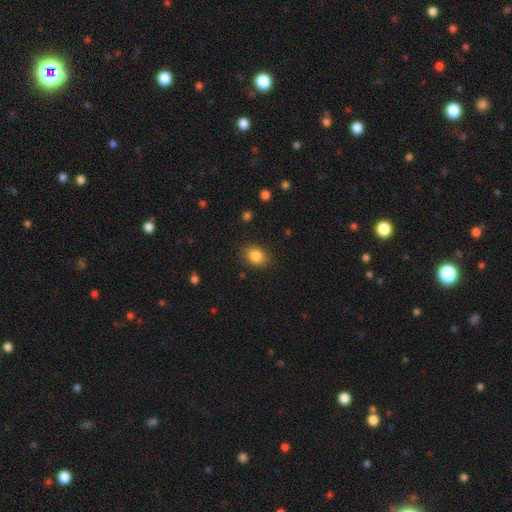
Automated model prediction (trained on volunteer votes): A smooth galaxy with no disk features (85%) that is in between round and cigar-shaped (62%).

Vote fractions:
- Smooth or featured? smooth: 85% / star or artifact: 9% / featured or disk: 6%
- How rounded? in between: 62% / round: 37% / cigar-shaped: 1%
- Merging? none: 85% / minor disturbance: 11% / major disturbance: 3% / merger: 1%